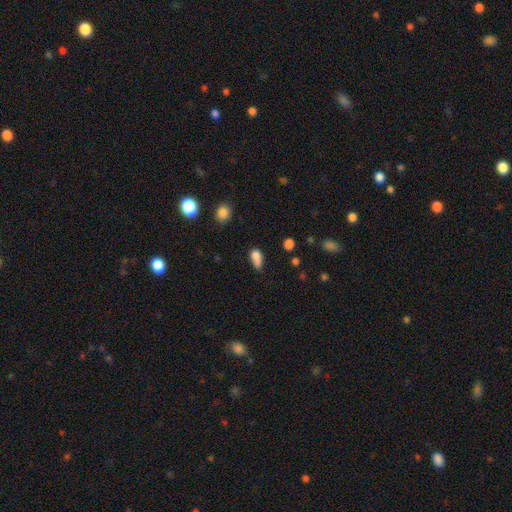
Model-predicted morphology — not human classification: Smooth or featured? smooth (78%)
How rounded? in between (78%)
Merging? none (35%)